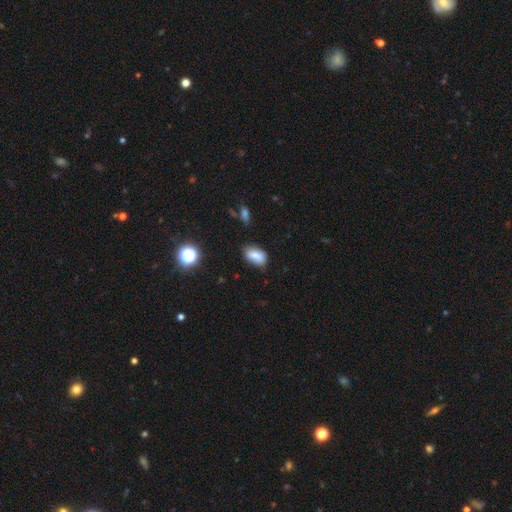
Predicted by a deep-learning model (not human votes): Smooth or featured? Predicted: smooth (p=0.80). How rounded? Predicted: in between (p=0.89). Merging? Predicted: none (p=0.69).